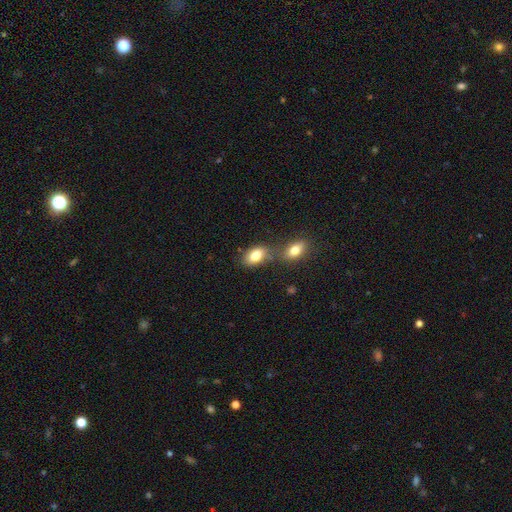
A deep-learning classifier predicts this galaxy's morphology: Smooth or featured?
  - smooth: 83% *
  - featured or disk: 10%
  - star or artifact: 8%
How rounded?
  - in between: 89% *
  - round: 9%
  - cigar-shaped: 2%
Merging?
  - none: 48% *
  - merger: 34%
  - minor disturbance: 13%
  - major disturbance: 4%